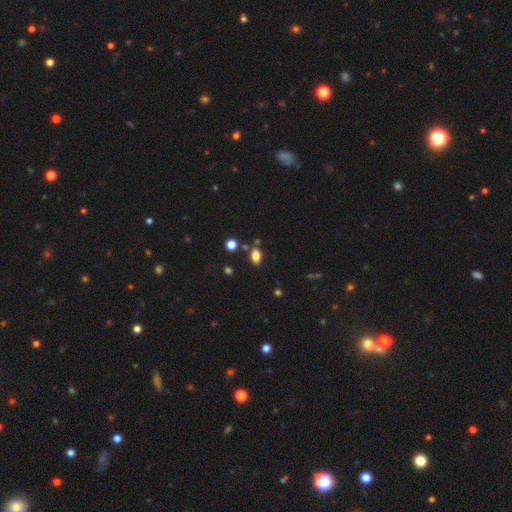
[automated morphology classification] smooth_or_featured: smooth (p=0.80) [alt: star or artifact p=0.12]
how_rounded: in between (p=0.86) [alt: round p=0.11]
merging: none (p=0.76) [alt: minor disturbance p=0.13]